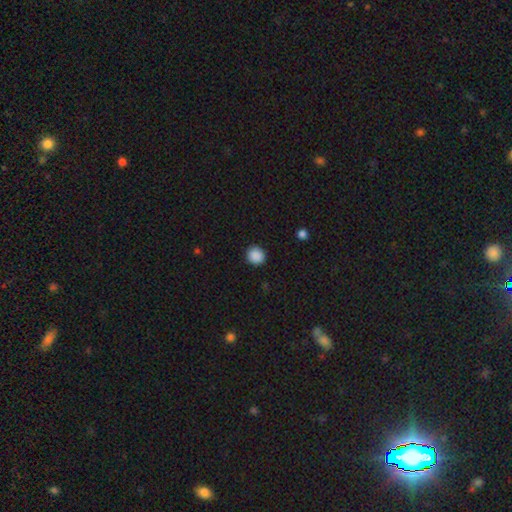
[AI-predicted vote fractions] smooth-or-featured: smooth: 88% | star or artifact: 9% | featured or disk: 2%
  how-rounded: round: 90% | in between: 9% | cigar-shaped: 1%
  merging: none: 90% | minor disturbance: 7% | major disturbance: 2% | merger: 1%